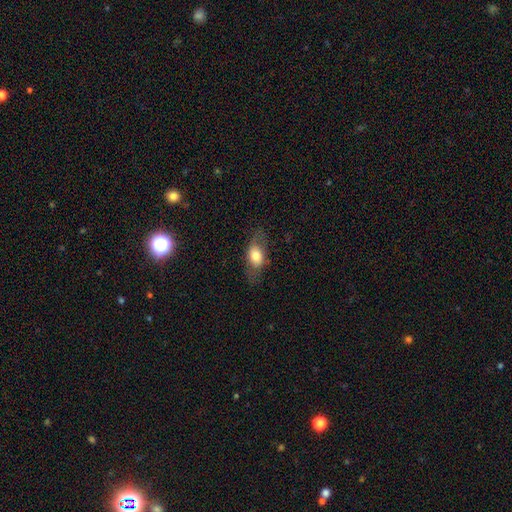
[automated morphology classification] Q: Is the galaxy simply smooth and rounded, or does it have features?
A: smooth — 66%.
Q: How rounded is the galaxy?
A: in between — 78%.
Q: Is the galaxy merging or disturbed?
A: none — 74%.